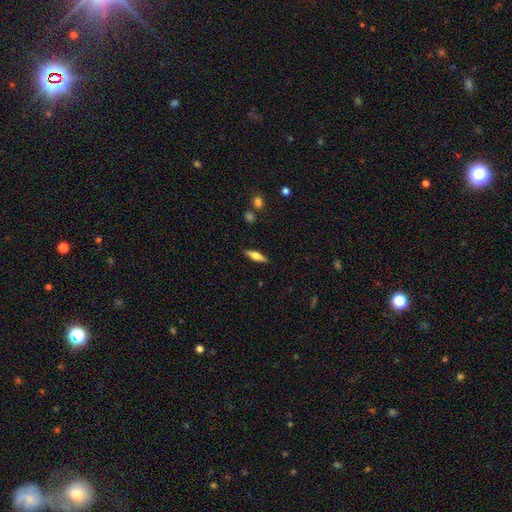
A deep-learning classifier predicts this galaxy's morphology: type=smooth (55%); roundness=cigar-shaped (58%); merging=none (88%).